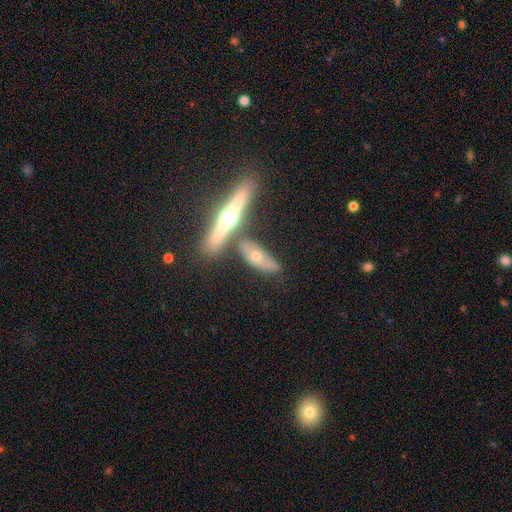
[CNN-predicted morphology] Smooth or featured? featured or disk (60%)
Edge-on disk? yes (78%)
Merging? none (62%)